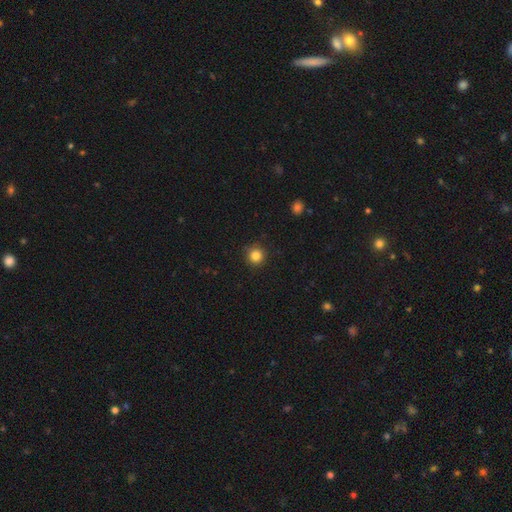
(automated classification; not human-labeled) The model was most divided on "smooth or featured": smooth: 83%, star or artifact: 12%, featured or disk: 5%. More confident: how rounded — round (95%); merging — none (91%).